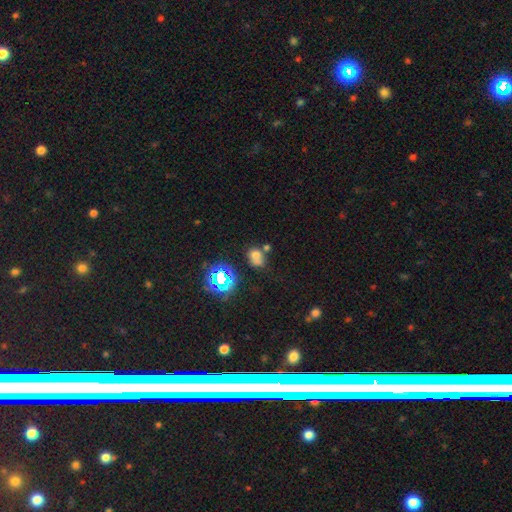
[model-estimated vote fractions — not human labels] Smooth or featured? smooth (57%)
How rounded? round (52%)
Merging? none (41%)